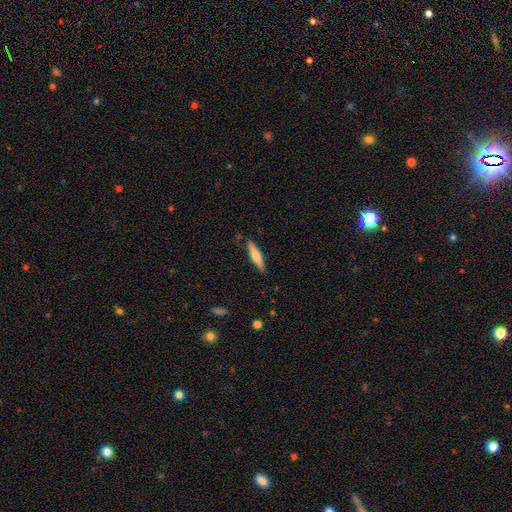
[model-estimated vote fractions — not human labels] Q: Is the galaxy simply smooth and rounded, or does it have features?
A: smooth — 50%.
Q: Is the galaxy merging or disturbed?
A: none — 87%.